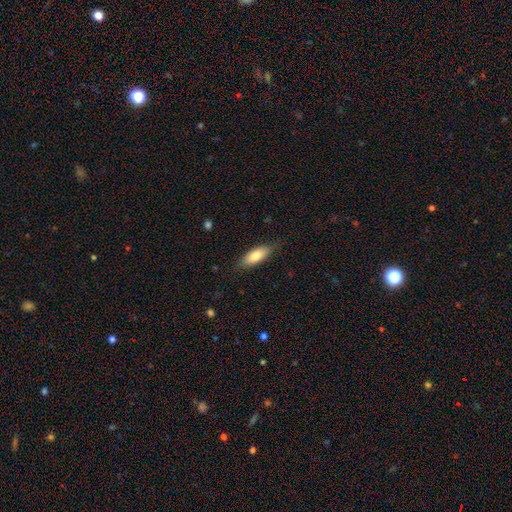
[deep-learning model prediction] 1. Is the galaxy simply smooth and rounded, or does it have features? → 78% smooth, 17% featured or disk, 6% star or artifact.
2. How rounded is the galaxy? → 69% in between, 29% cigar-shaped, 2% round.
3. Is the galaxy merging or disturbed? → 79% none, 17% minor disturbance, 3% major disturbance, 1% merger.